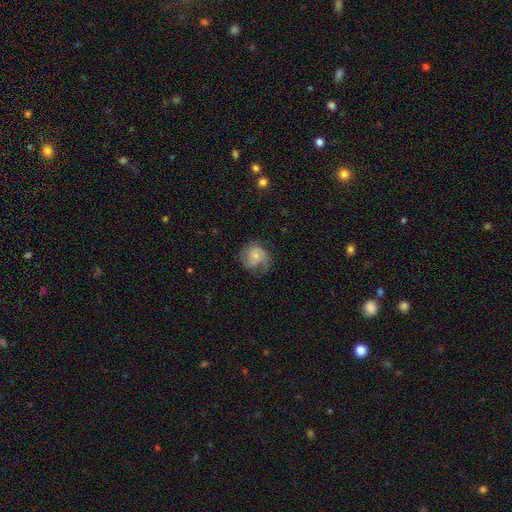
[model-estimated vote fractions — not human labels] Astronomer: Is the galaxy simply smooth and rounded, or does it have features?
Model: featured or disk — 54% (runner-up: smooth, 38%).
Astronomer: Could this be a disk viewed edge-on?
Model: no — 98%.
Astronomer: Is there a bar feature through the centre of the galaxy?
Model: no — 69%.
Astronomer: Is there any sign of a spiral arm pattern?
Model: yes — 86%.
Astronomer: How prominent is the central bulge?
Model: small — 58%.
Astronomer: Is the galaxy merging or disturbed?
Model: none — 55%.